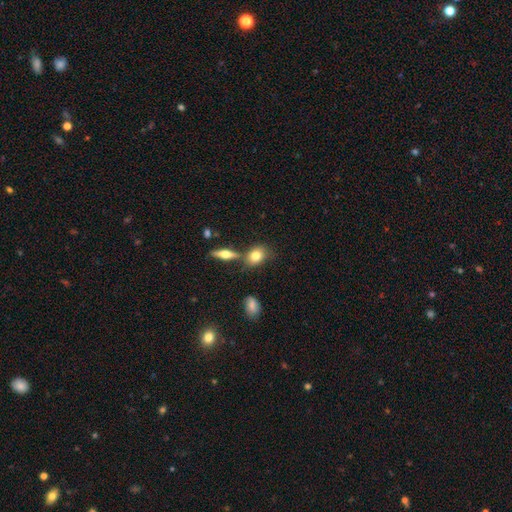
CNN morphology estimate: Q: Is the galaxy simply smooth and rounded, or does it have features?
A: smooth — 78%.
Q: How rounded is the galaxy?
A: in between — 61%.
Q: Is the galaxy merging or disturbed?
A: none — 64%.